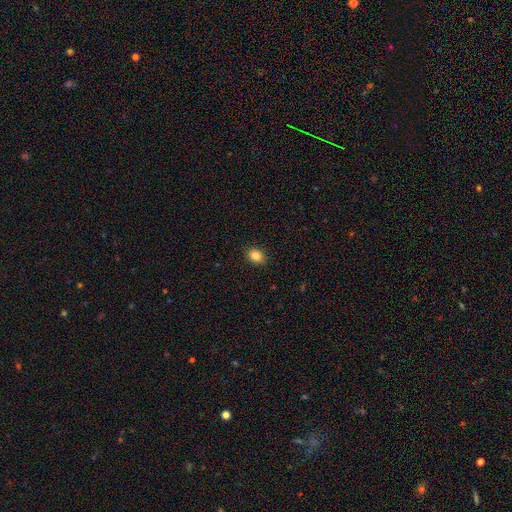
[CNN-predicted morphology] smooth 85%, star or artifact 10%, featured or disk 5%. Down the decision tree: how rounded — in between (62%); merging — none (89%).